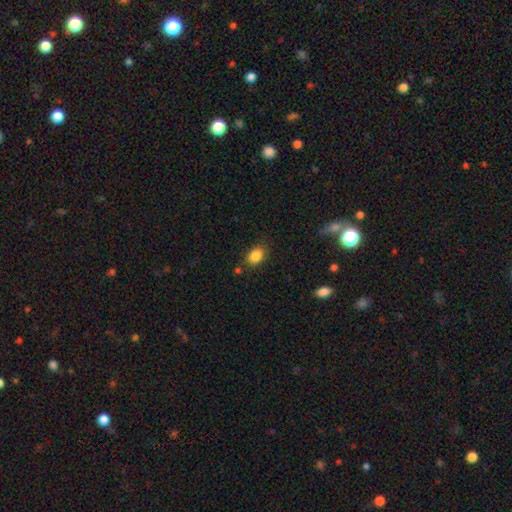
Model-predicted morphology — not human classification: smooth_or_featured: smooth (p=0.85) [alt: star or artifact p=0.09]
how_rounded: in between (p=0.73) [alt: round p=0.25]
merging: none (p=0.81) [alt: minor disturbance p=0.12]